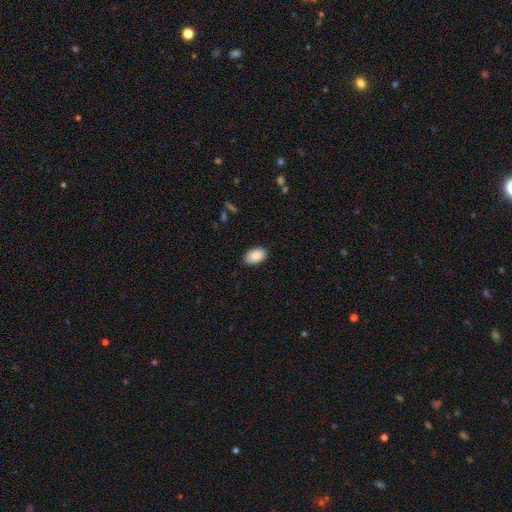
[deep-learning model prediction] A smooth galaxy with no disk features (88%) that is in between round and cigar-shaped (93%). Merging: none (86%).